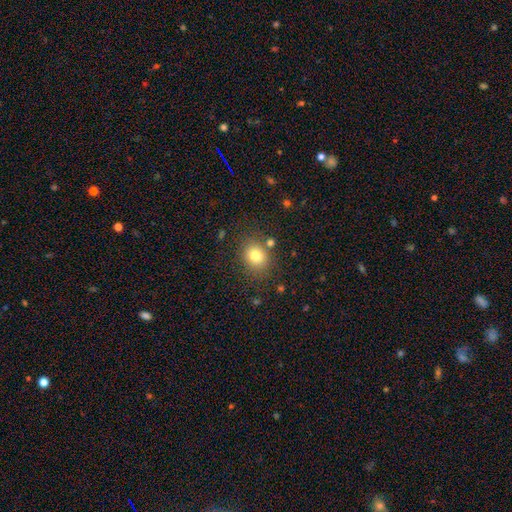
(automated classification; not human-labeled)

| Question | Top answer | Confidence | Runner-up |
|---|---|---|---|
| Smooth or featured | smooth | 79% | star or artifact (12%) |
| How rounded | round | 64% | in between (36%) |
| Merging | none | 79% | minor disturbance (12%) |